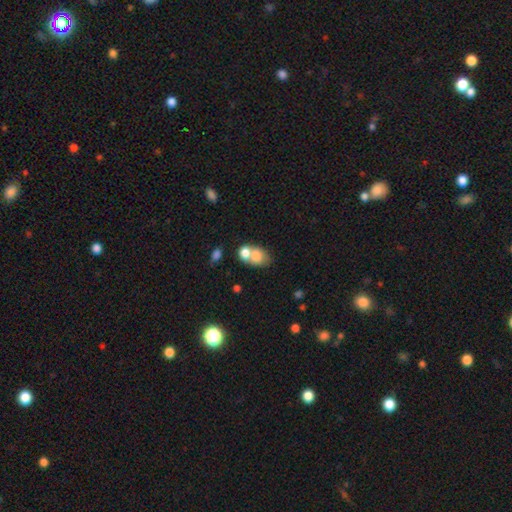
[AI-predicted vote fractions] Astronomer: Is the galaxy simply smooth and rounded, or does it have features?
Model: smooth — 75%.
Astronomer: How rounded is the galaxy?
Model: in between — 69%.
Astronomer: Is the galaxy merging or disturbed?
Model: merger — 54% (runner-up: none, 30%).